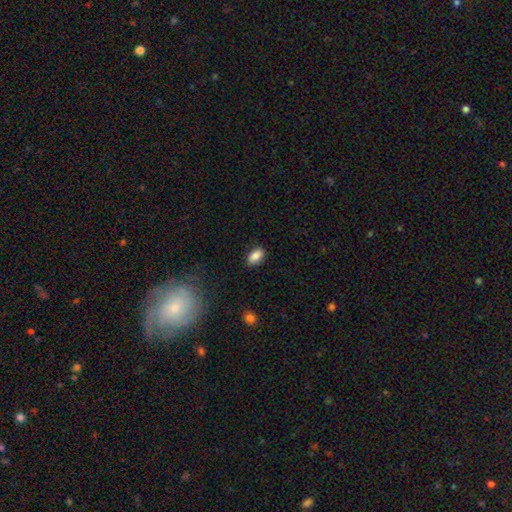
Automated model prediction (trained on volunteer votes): Overall: smooth (86%). How rounded: in between (91%). Merging: none (85%).